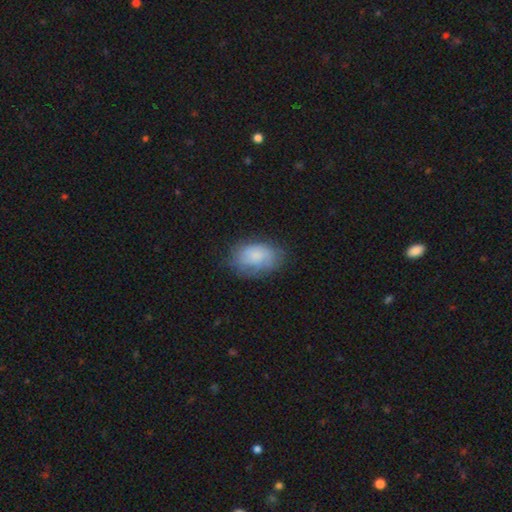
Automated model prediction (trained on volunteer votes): The model was most divided on "merging": none: 68%, minor disturbance: 23%, major disturbance: 8%, merger: 1%. More confident: how rounded — in between (85%); smooth or featured — smooth (70%).